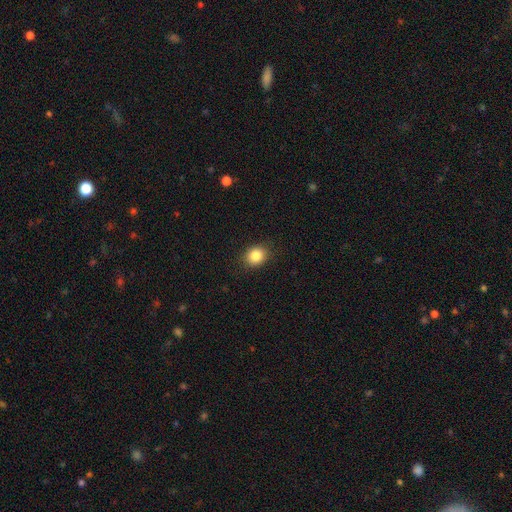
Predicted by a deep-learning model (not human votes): Morphology: type=smooth (85%); roundness=round (59%); merging=none (89%).